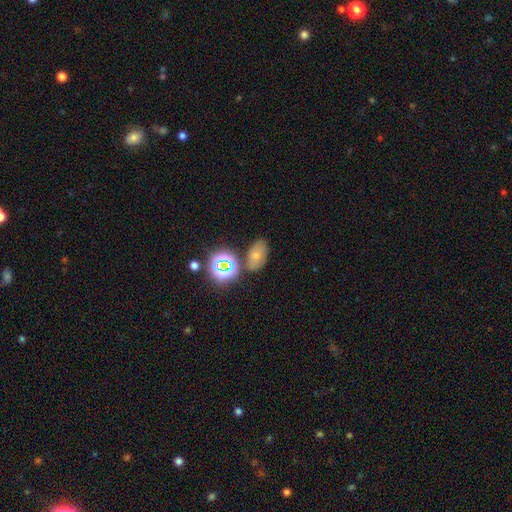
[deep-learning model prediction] Smooth or featured? smooth (62%)
How rounded? in between (83%)
Merging? none (67%)